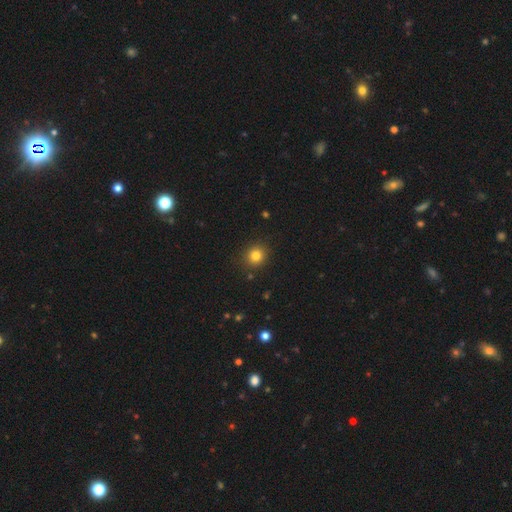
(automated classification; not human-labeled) Smooth or featured: smooth — 82% (star or artifact — 13%)
How rounded: round — 86% (in between — 13%)
Merging: none — 90% (minor disturbance — 7%)